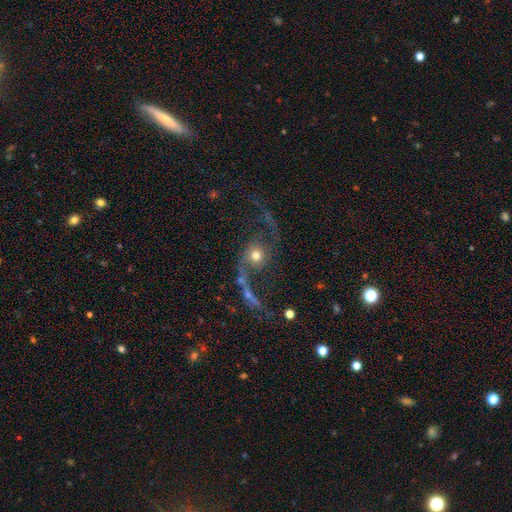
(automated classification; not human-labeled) Overall: featured or disk (75%). Edge-on disk: no (96%). Bar: no (71%). Spiral arms: yes (89%). Spiral arm count: 2 (88%). Spiral winding: loose (82%). Bulge size: moderate (58%; small 28%). Merging: none (48%; major disturbance 23%).